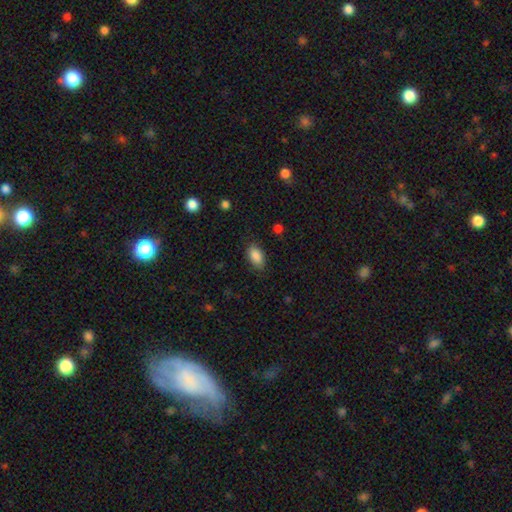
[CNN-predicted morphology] This is clearly a smooth galaxy (87%). How rounded: clearly in between (92%). Merging: clearly none (83%).